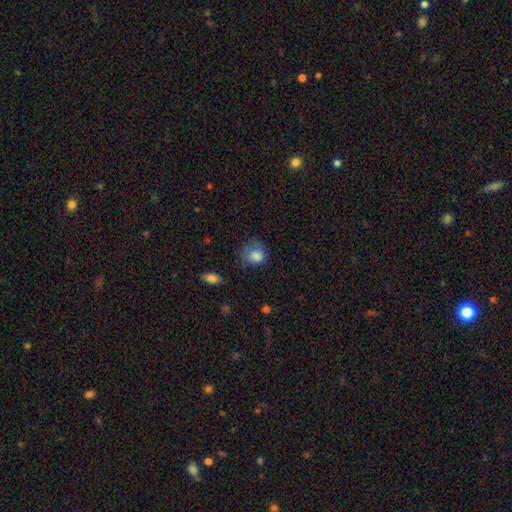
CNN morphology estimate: Smooth or featured? smooth (82%)
How rounded? round (68%)
Merging? none (49%)